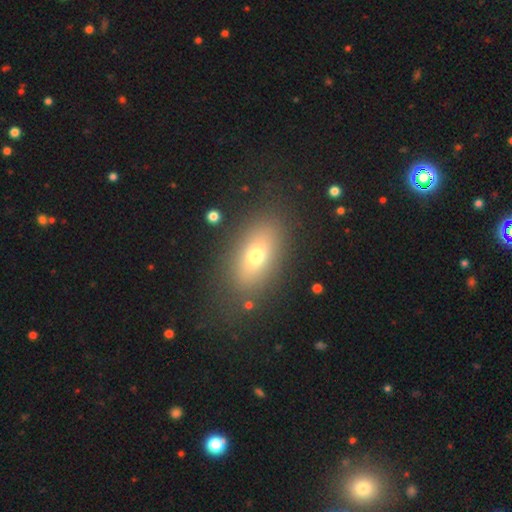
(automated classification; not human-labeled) A smooth galaxy with no disk features (67%) that is in between round and cigar-shaped (80%). Merging: none (82%).